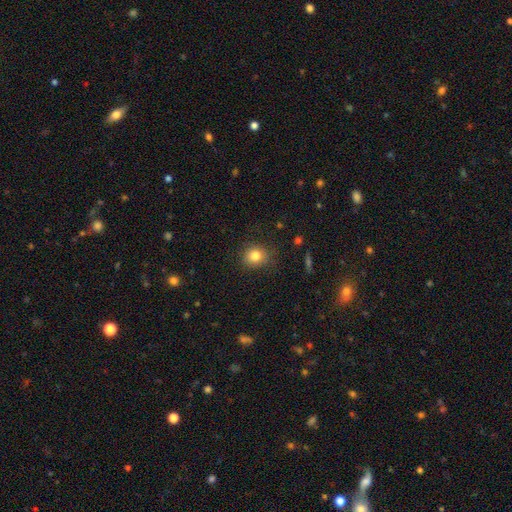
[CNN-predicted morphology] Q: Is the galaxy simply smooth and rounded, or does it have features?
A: smooth — 82%.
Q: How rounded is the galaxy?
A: round — 79%.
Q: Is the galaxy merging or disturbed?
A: none — 83%.